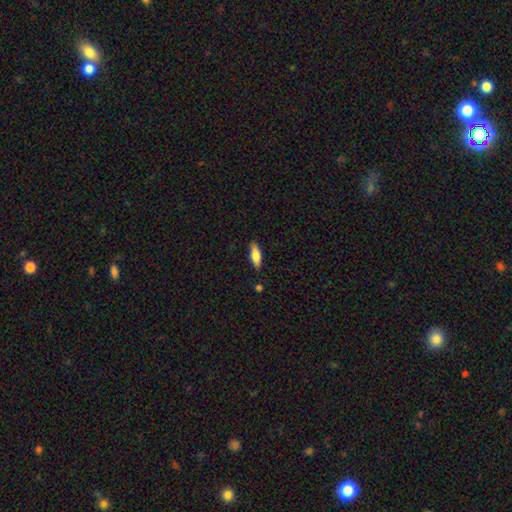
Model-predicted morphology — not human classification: Smooth or featured?
  - smooth: 71% *
  - featured or disk: 23%
  - star or artifact: 6%
How rounded?
  - in between: 53% *
  - cigar-shaped: 45%
  - round: 2%
Merging?
  - none: 83% *
  - minor disturbance: 12%
  - major disturbance: 2%
  - merger: 2%